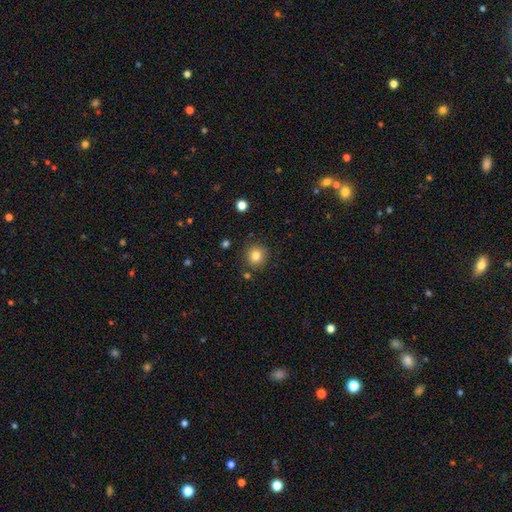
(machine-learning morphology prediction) type=smooth (82%); roundness=round (90%); merging=none (86%).